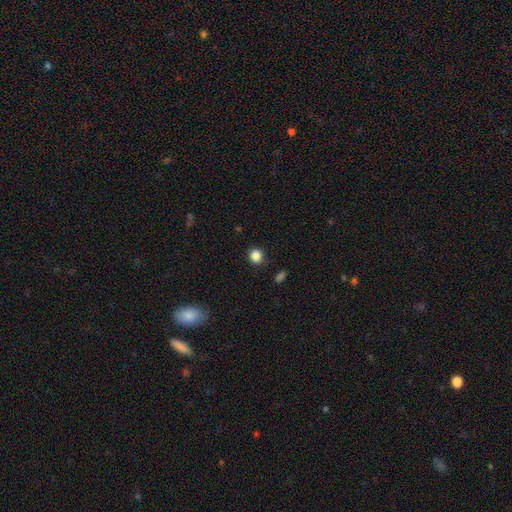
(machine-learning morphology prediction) smooth-or-featured: smooth: 86% | star or artifact: 11% | featured or disk: 4%
  how-rounded: round: 77% | in between: 22% | cigar-shaped: 1%
  merging: none: 89% | minor disturbance: 8% | major disturbance: 2% | merger: 1%